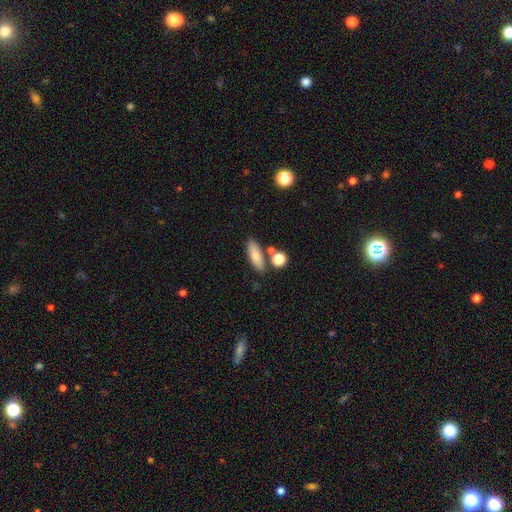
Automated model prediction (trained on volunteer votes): The model was most divided on "how rounded": in between: 60%, cigar-shaped: 34%, round: 6%. More confident: smooth or featured — smooth (82%); merging — none (72%).